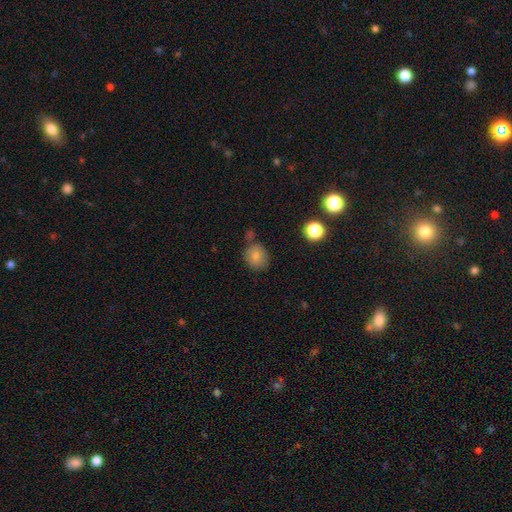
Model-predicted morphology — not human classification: type=smooth (79%); roundness=round (77%); merging=none (68%).